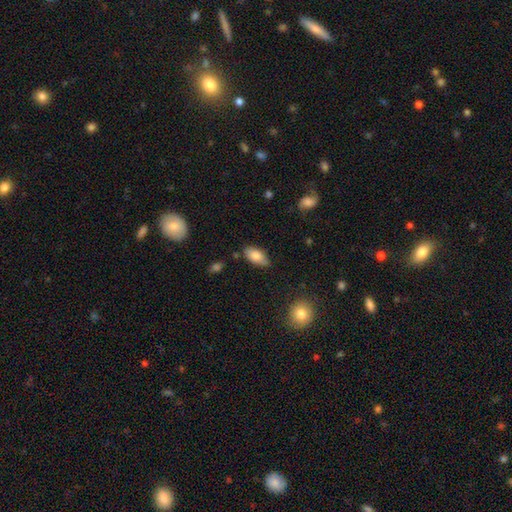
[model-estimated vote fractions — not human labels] Smooth or featured: smooth — 81% (featured or disk — 12%)
How rounded: in between — 92% (cigar-shaped — 5%)
Merging: none — 74% (minor disturbance — 20%)